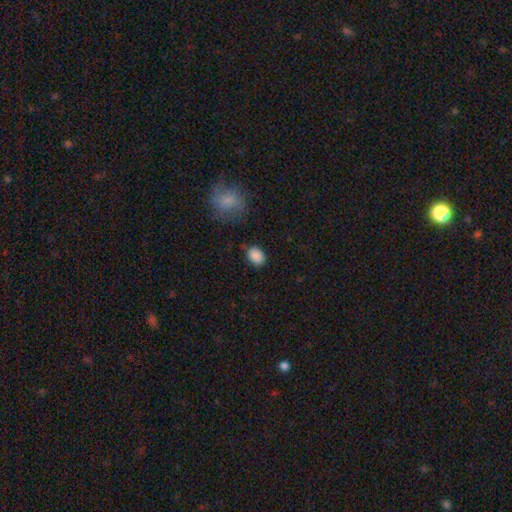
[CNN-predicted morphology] Smooth or featured? Predicted: smooth (p=0.88). How rounded? Predicted: in between (p=0.64). Merging? Predicted: none (p=0.81).